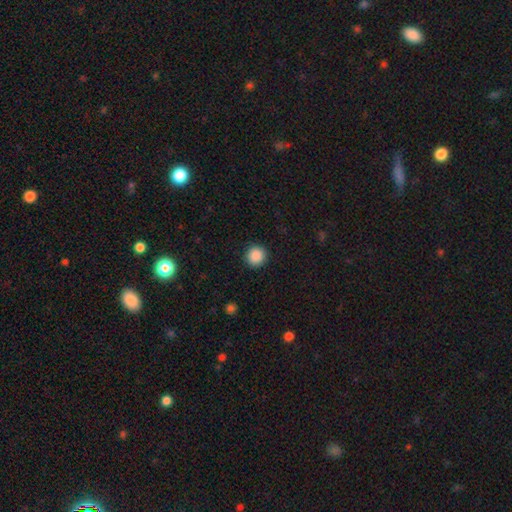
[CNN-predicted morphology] smooth 88%, star or artifact 9%, featured or disk 3%. Down the decision tree: how rounded — round (93%); merging — none (91%).